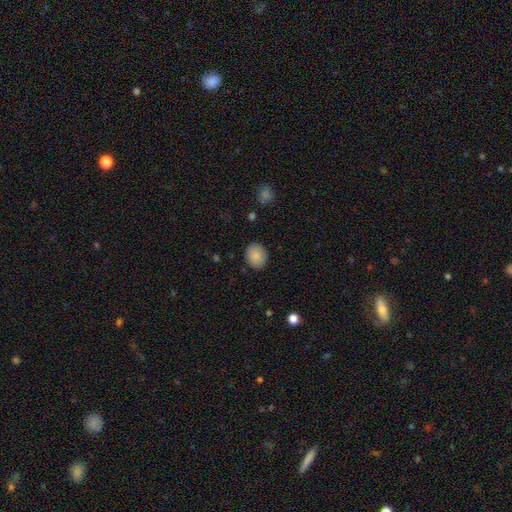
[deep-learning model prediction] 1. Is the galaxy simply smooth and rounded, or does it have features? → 87% smooth, 8% star or artifact, 6% featured or disk.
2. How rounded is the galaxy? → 56% round, 43% in between, 1% cigar-shaped.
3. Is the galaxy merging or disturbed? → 88% none, 9% minor disturbance, 2% major disturbance, 1% merger.